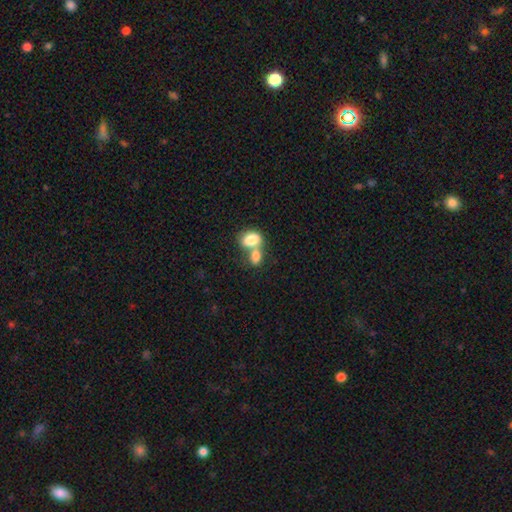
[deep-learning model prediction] Q: Smooth or featured?
A: smooth (79%); runner-up: featured or disk (13%)
Q: How rounded?
A: in between (78%); runner-up: round (20%)
Q: Merging?
A: merger (66%); runner-up: none (23%)